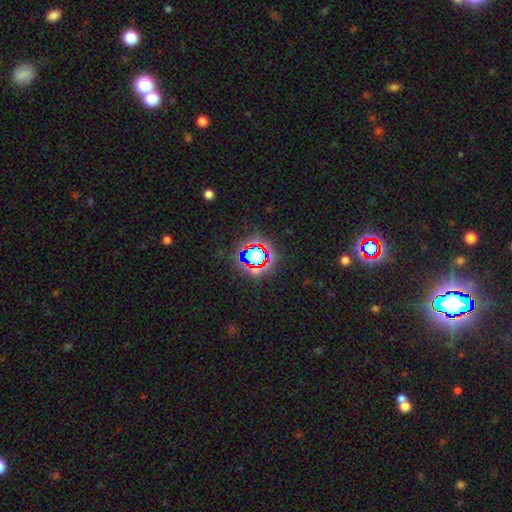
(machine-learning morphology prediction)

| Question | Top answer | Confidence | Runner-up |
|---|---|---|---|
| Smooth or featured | star or artifact | 68% | smooth (20%) |